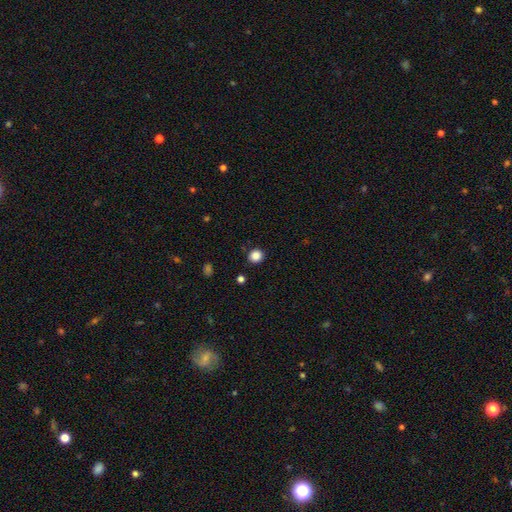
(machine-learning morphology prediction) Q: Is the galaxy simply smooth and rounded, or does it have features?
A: smooth — 86%.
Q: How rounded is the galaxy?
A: round — 87%.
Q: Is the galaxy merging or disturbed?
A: none — 89%.